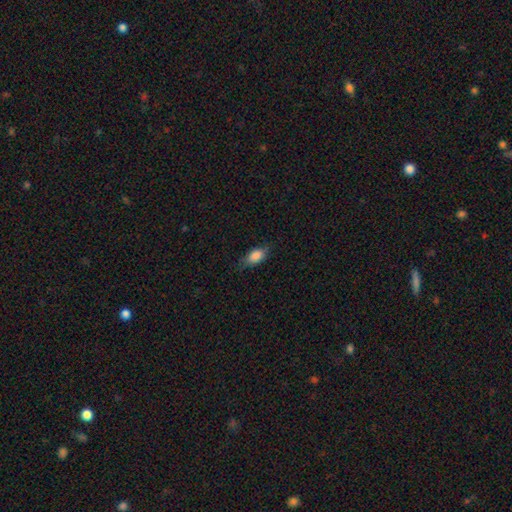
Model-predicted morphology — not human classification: Smooth or featured: smooth — 83% (featured or disk — 10%)
How rounded: in between — 85% (cigar-shaped — 8%)
Merging: none — 70% (minor disturbance — 23%)